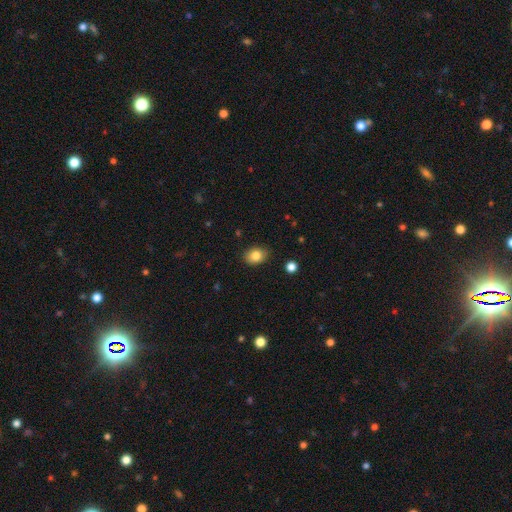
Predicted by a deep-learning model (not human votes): Smooth or featured? Predicted: smooth (p=0.83). How rounded? Predicted: in between (p=0.65). Merging? Predicted: none (p=0.84).